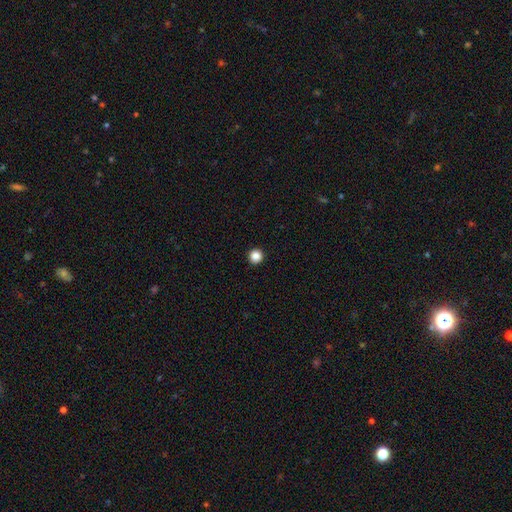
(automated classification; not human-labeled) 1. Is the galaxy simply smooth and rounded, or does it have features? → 86% smooth, 11% star or artifact, 3% featured or disk.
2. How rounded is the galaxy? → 96% round, 3% in between, 1% cigar-shaped.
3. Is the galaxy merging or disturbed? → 94% none, 3% minor disturbance, 1% major disturbance, 1% merger.